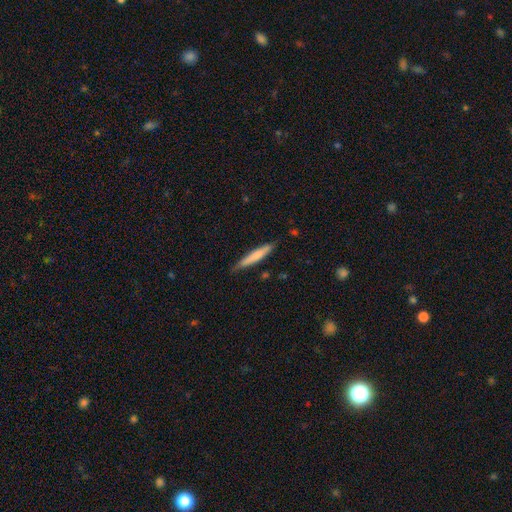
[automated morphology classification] Smooth or featured? Predicted: smooth (p=0.68). How rounded? Predicted: cigar-shaped (p=0.93). Merging? Predicted: none (p=0.84).